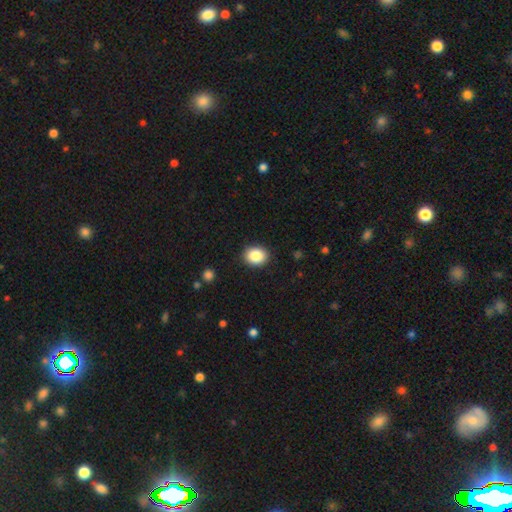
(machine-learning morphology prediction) Overall: smooth (86%). How rounded: round (53%; in between 46%). Merging: none (90%).